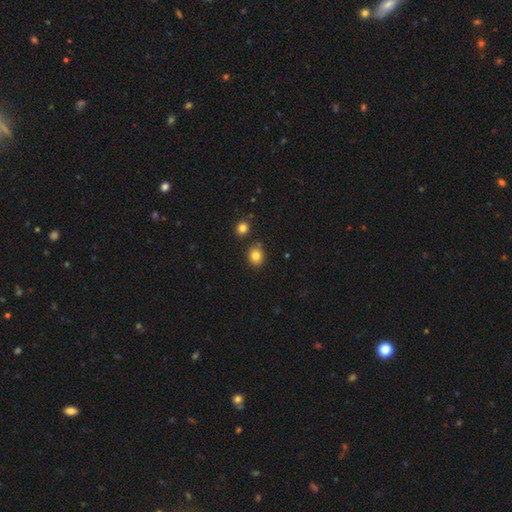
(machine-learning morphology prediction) Smooth or featured?
  - smooth: 83% *
  - star or artifact: 11%
  - featured or disk: 6%
How rounded?
  - round: 70% *
  - in between: 29%
  - cigar-shaped: 1%
Merging?
  - none: 82% *
  - minor disturbance: 9%
  - merger: 6%
  - major disturbance: 2%